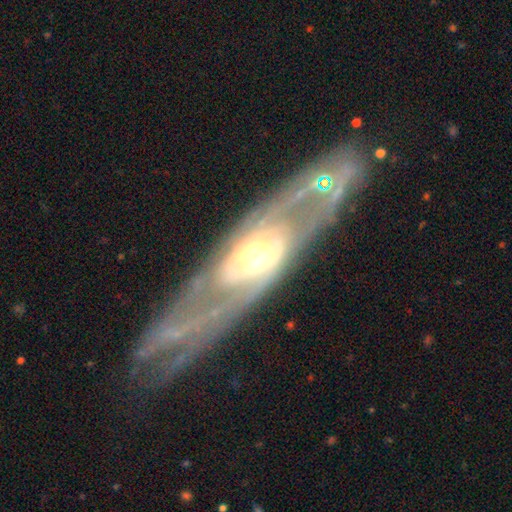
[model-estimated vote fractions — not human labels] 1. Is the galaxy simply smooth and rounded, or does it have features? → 84% featured or disk, 10% smooth, 5% star or artifact.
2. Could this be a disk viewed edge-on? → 83% no, 17% yes.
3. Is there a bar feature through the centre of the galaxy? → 64% no, 25% weak, 11% strong.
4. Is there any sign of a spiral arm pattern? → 79% yes, 21% no.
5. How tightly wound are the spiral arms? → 56% tight, 30% medium, 14% loose.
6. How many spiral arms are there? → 40% can't tell, 38% 2, 8% 3, 6% 1, 4% 4, 4% more than 4.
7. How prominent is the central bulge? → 69% moderate, 17% large, 11% small, 2% dominant, 1% none.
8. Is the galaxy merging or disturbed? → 65% none, 18% minor disturbance, 13% major disturbance, 4% merger.